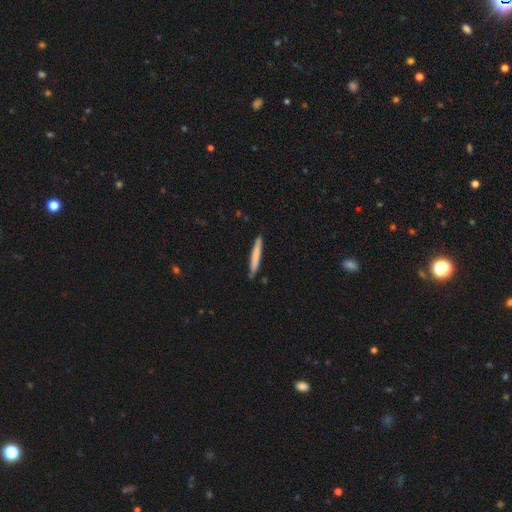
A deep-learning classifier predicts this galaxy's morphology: Smooth or featured: smooth — 73% (featured or disk — 22%)
How rounded: cigar-shaped — 96% (in between — 3%)
Merging: none — 86% (minor disturbance — 11%)